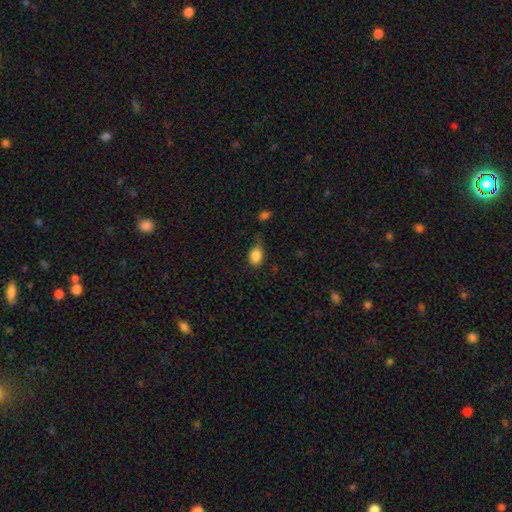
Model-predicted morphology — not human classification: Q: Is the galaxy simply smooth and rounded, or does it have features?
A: smooth — 86%.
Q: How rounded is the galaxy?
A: in between — 81%.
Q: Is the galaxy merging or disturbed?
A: none — 68%.